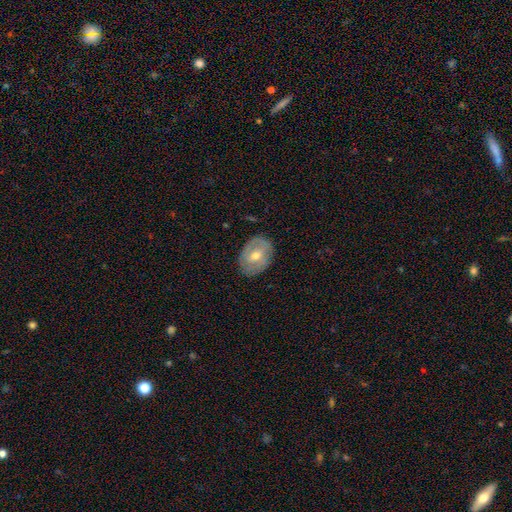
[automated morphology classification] Q: Smooth or featured?
A: featured or disk (56%); runner-up: smooth (37%)
Q: Edge-on disk?
A: no (94%); runner-up: yes (6%)
Q: Bar?
A: weak (43%); runner-up: no (40%)
Q: Spiral arms?
A: yes (53%); runner-up: no (47%)
Q: Bulge size?
A: moderate (72%); runner-up: small (22%)
Q: Merging?
A: none (80%); runner-up: minor disturbance (15%)